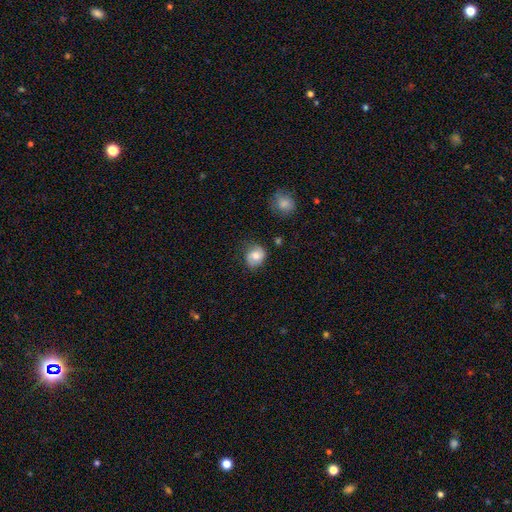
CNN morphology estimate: A smooth galaxy with no disk features (70%) that is round (62%). Merging: none (67%).